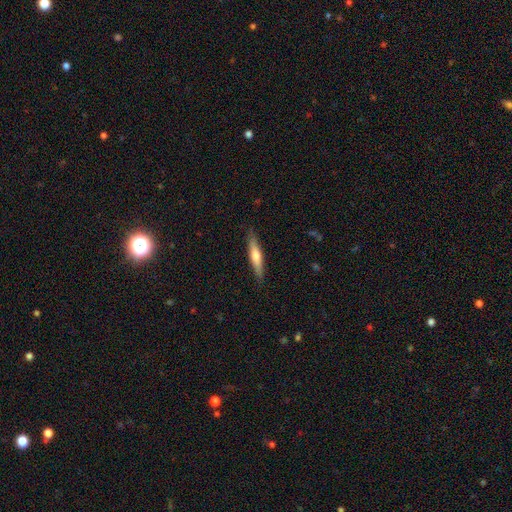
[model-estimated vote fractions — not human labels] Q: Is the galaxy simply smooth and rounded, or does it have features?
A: smooth — 53%.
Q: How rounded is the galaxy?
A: cigar-shaped — 87%.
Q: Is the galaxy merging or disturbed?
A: none — 87%.